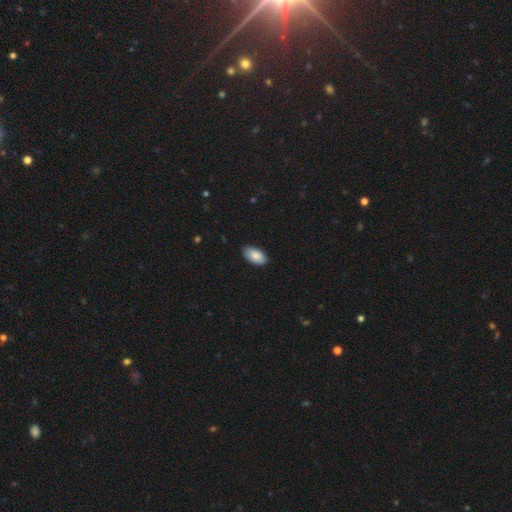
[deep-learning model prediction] Q: Smooth or featured?
A: smooth (87%); runner-up: featured or disk (7%)
Q: How rounded?
A: in between (95%); runner-up: round (3%)
Q: Merging?
A: none (85%); runner-up: minor disturbance (12%)